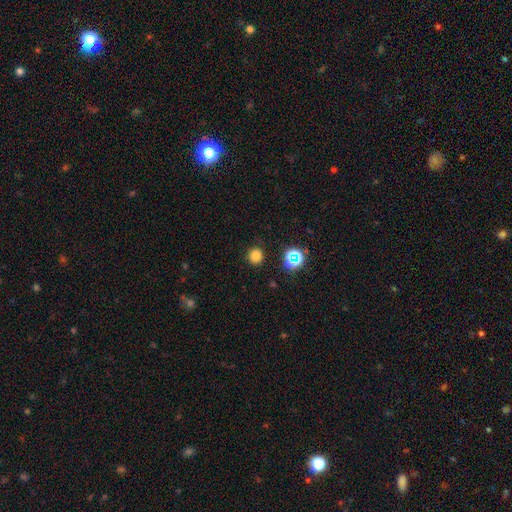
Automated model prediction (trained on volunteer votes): smooth-or-featured: smooth: 77% | star or artifact: 17% | featured or disk: 6%
  how-rounded: round: 92% | in between: 7% | cigar-shaped: 1%
  merging: none: 89% | minor disturbance: 7% | major disturbance: 2% | merger: 2%